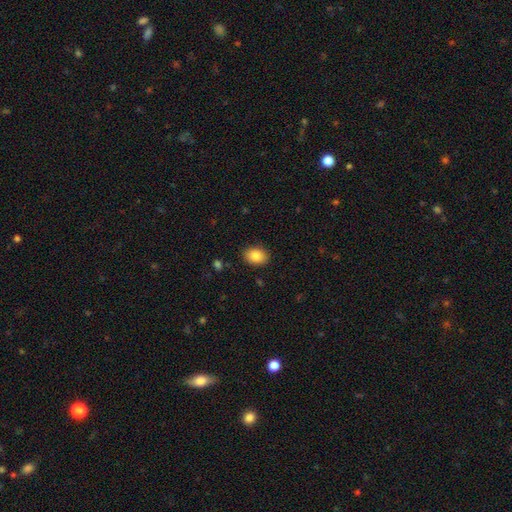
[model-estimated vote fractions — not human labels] Q: Smooth or featured?
A: smooth (85%); runner-up: star or artifact (8%)
Q: How rounded?
A: in between (71%); runner-up: round (28%)
Q: Merging?
A: none (88%); runner-up: minor disturbance (8%)